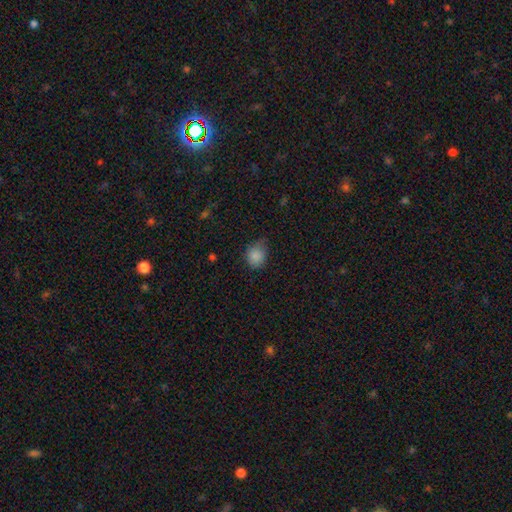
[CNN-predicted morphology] type=smooth (86%); roundness=round (68%); merging=none (59%).